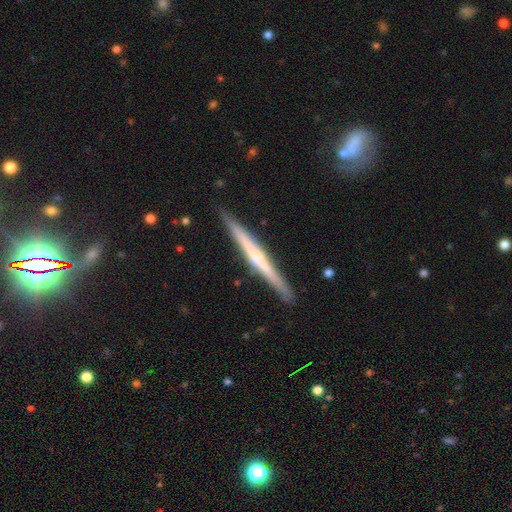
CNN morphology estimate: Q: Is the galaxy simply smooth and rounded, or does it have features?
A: featured or disk — 66%.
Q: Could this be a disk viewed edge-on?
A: yes — 98%.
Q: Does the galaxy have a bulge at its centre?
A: none — 47%.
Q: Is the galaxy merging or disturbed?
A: none — 90%.